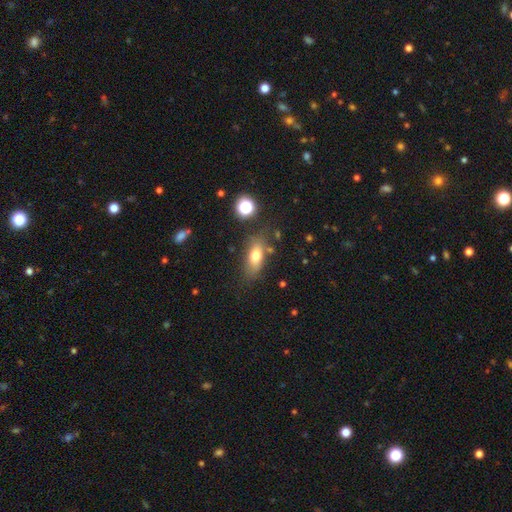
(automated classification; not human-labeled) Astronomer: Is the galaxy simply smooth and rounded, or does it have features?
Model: smooth — 71%.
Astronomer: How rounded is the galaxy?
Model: in between — 78%.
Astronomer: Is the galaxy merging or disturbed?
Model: none — 71%.